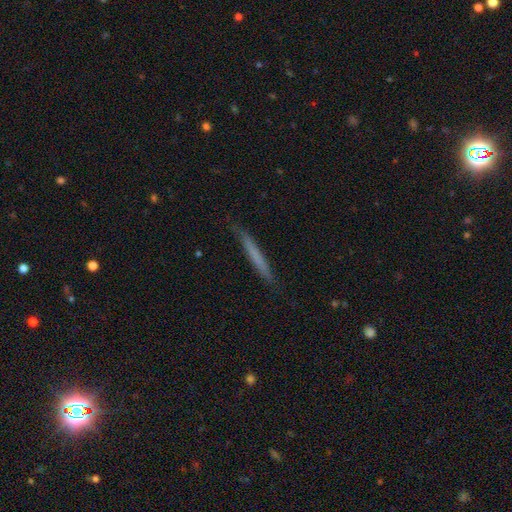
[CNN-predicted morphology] Smooth or featured? Predicted: smooth (p=0.59). How rounded? Predicted: cigar-shaped (p=0.96). Merging? Predicted: none (p=0.85).